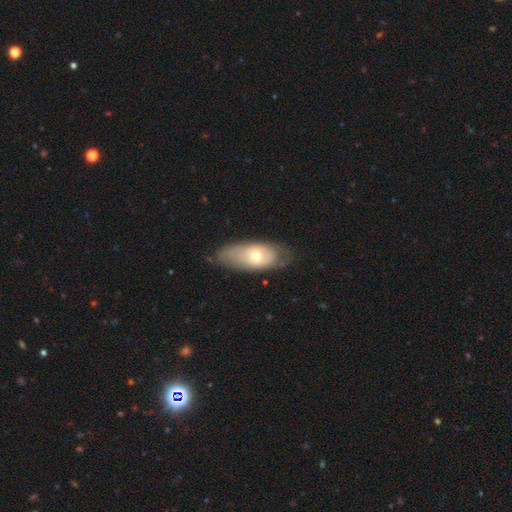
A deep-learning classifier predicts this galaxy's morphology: type=smooth (49%); merging=none (66%).